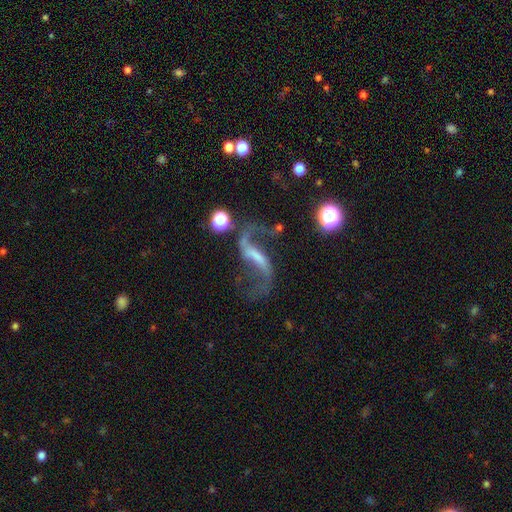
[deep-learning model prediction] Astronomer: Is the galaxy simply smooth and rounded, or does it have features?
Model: featured or disk — 85%.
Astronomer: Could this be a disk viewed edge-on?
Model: no — 95%.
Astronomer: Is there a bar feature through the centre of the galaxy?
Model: strong — 51% (runner-up: weak, 35%).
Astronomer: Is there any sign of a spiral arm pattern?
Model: yes — 95%.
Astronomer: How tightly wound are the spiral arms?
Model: loose — 87%.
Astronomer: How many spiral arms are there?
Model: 2 — 92%.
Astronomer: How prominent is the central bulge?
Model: none — 49% (runner-up: small, 28%).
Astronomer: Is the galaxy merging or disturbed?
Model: none — 64%.